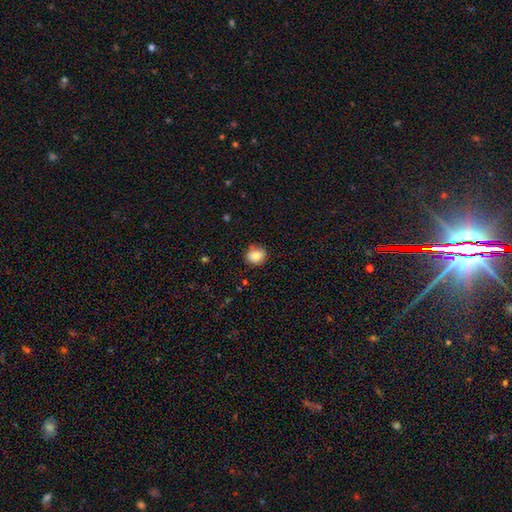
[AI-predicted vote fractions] Smooth or featured?
  - smooth: 85% *
  - star or artifact: 9%
  - featured or disk: 6%
How rounded?
  - round: 76% *
  - in between: 23%
  - cigar-shaped: 1%
Merging?
  - none: 85% *
  - minor disturbance: 11%
  - major disturbance: 2%
  - merger: 1%